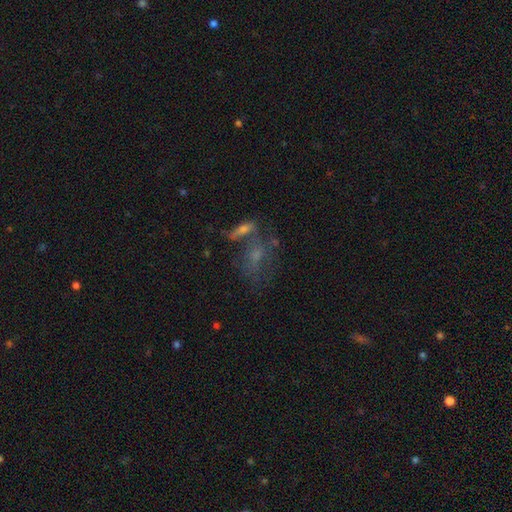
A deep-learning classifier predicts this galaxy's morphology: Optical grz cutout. It shows a featured or disk galaxy (40%). Merging: none (35%).